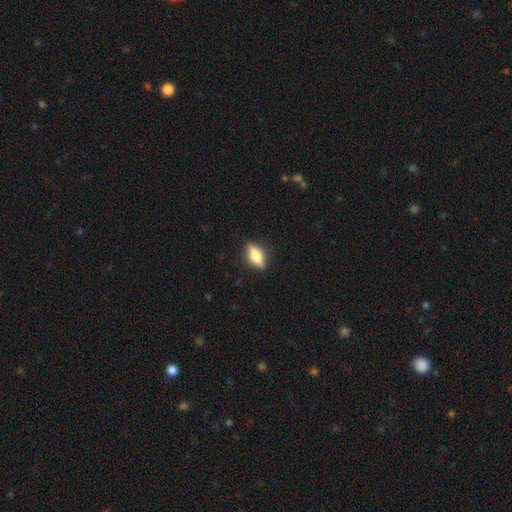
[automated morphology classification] type=smooth (66%); roundness=in between (72%); merging=none (87%).